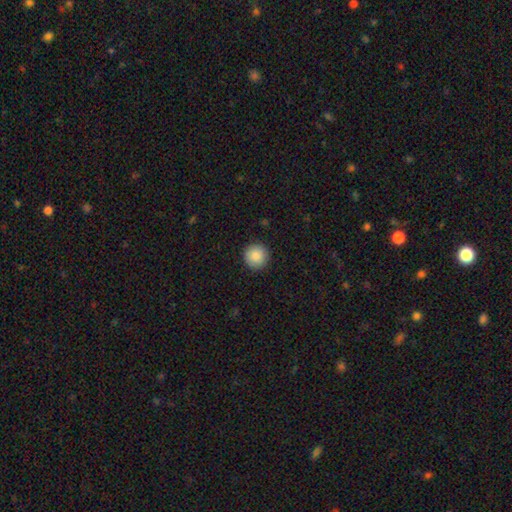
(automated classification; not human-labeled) smooth_or_featured: smooth (p=0.88) [alt: star or artifact p=0.08]
how_rounded: round (p=0.95) [alt: in between p=0.04]
merging: none (p=0.92) [alt: minor disturbance p=0.05]